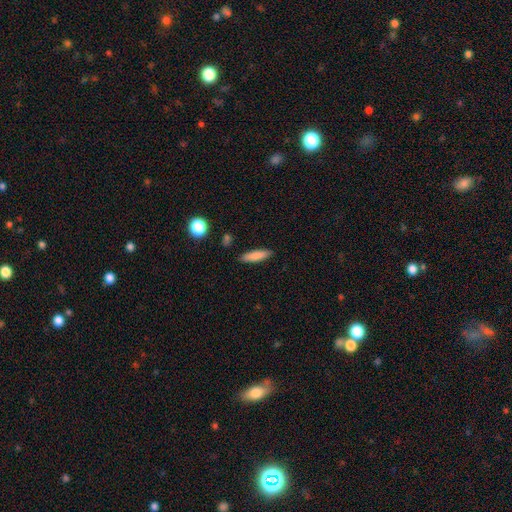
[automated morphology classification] Overall: smooth (81%). How rounded: cigar-shaped (70%). Merging: none (87%).